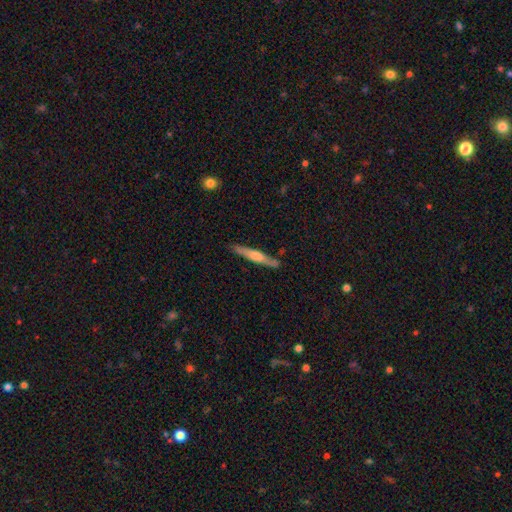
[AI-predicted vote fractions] featured or disk 62%, smooth 33%, star or artifact 6%. Down the decision tree: edge-on disk — yes (96%); edge-on bulge — rounded (76%); merging — none (87%).